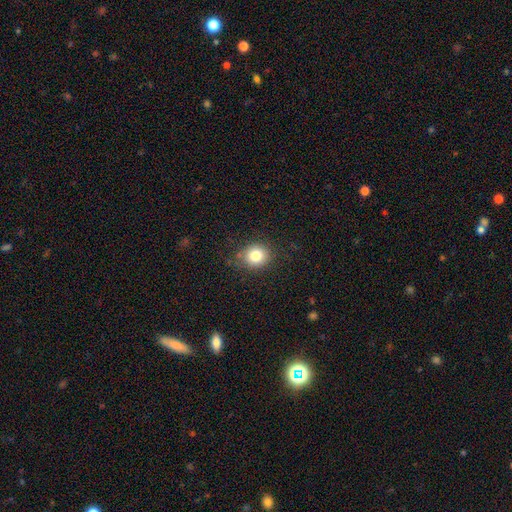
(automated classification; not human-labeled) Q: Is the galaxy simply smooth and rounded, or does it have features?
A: smooth — 80%.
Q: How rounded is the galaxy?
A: round — 77%.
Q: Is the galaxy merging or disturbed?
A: none — 80%.